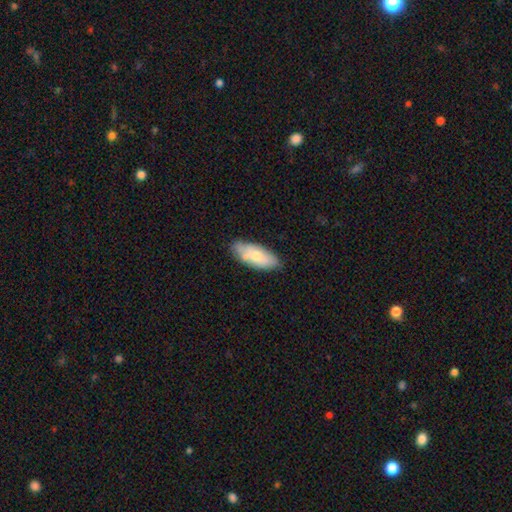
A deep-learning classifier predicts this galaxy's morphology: Smooth or featured? smooth (68%)
How rounded? in between (85%)
Merging? none (69%)